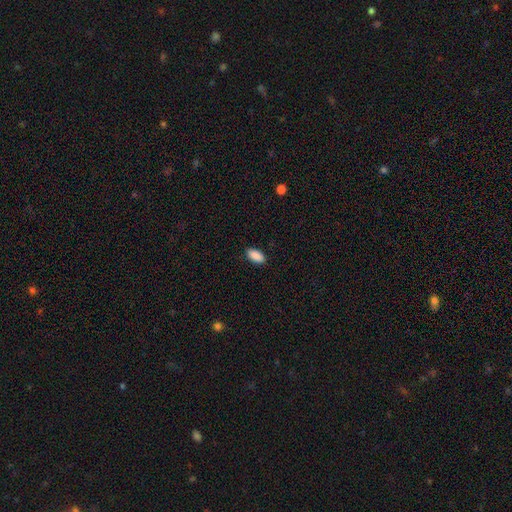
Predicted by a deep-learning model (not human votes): Smooth or featured? smooth (90%)
How rounded? in between (93%)
Merging? none (89%)